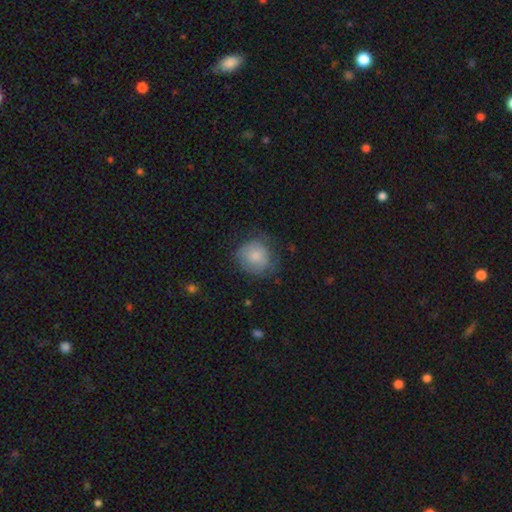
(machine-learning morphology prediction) Smooth or featured? smooth (77%)
How rounded? round (83%)
Merging? none (61%)